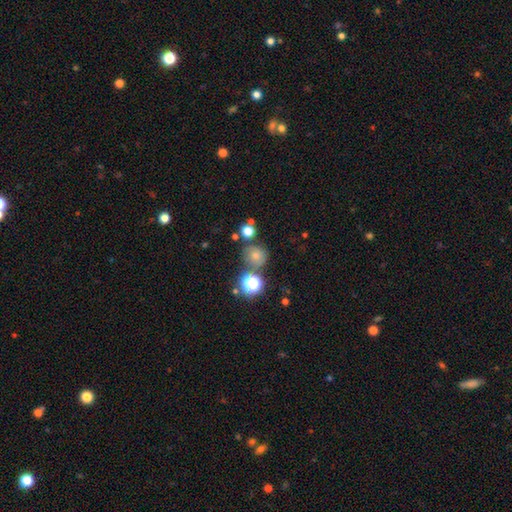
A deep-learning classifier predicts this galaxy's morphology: The model was most divided on "smooth or featured": smooth: 48%, star or artifact: 40%, featured or disk: 12%. More confident: merging — none (75%).